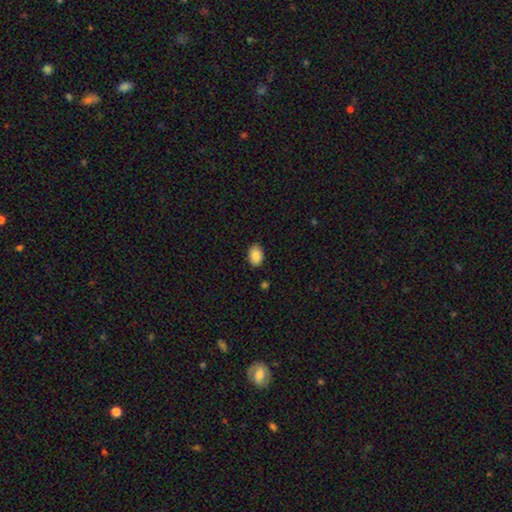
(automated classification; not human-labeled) Smooth or featured?
  - smooth: 86% *
  - star or artifact: 7%
  - featured or disk: 6%
How rounded?
  - in between: 83% *
  - round: 16%
  - cigar-shaped: 1%
Merging?
  - none: 87% *
  - minor disturbance: 10%
  - major disturbance: 2%
  - merger: 1%